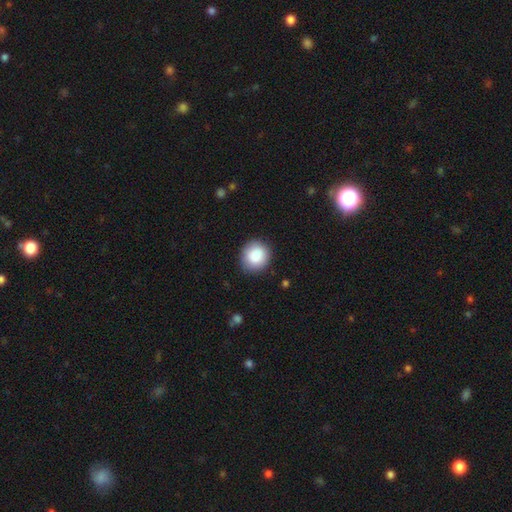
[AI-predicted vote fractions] The model was most divided on "how rounded": round: 87%, in between: 12%, cigar-shaped: 1%. More confident: merging — none (87%); smooth or featured — smooth (87%).